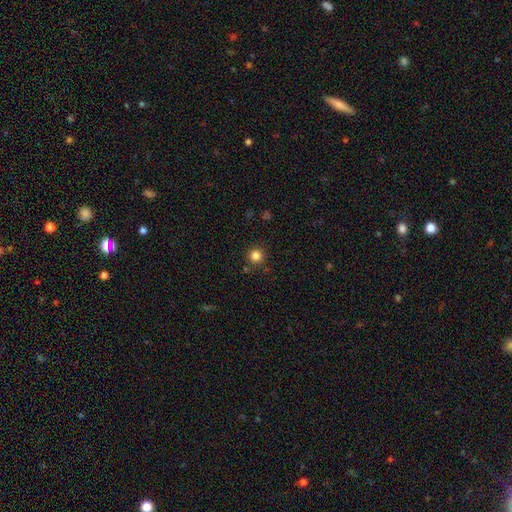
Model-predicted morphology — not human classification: This appears to be a smooth galaxy with no disk features (83%) that is round (96%). Merging: none (90%).